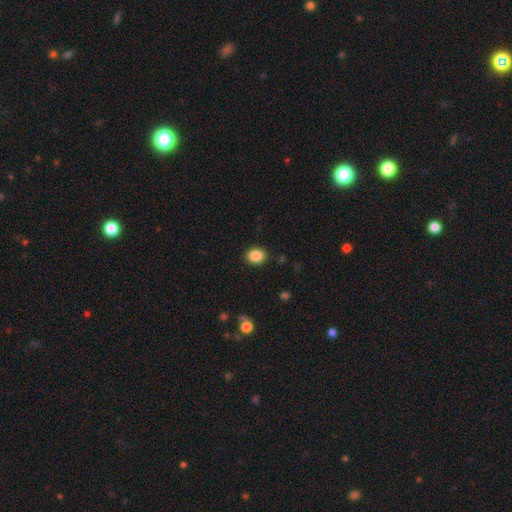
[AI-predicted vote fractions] Q: Smooth or featured?
A: smooth (87%); runner-up: star or artifact (9%)
Q: How rounded?
A: in between (53%); runner-up: round (46%)
Q: Merging?
A: none (89%); runner-up: minor disturbance (8%)